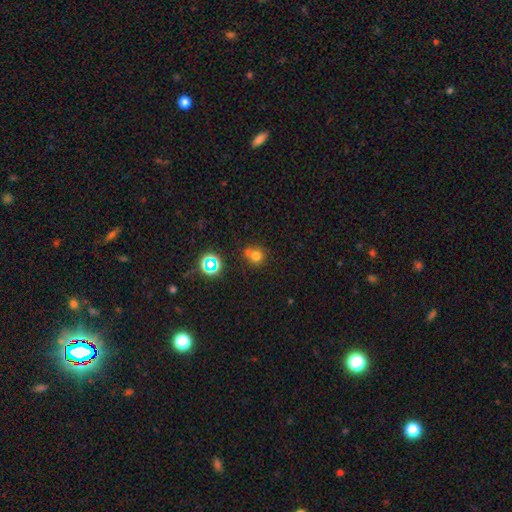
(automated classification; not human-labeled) Q: Smooth or featured?
A: smooth (69%); runner-up: star or artifact (20%)
Q: How rounded?
A: round (87%); runner-up: in between (12%)
Q: Merging?
A: none (53%); runner-up: merger (34%)